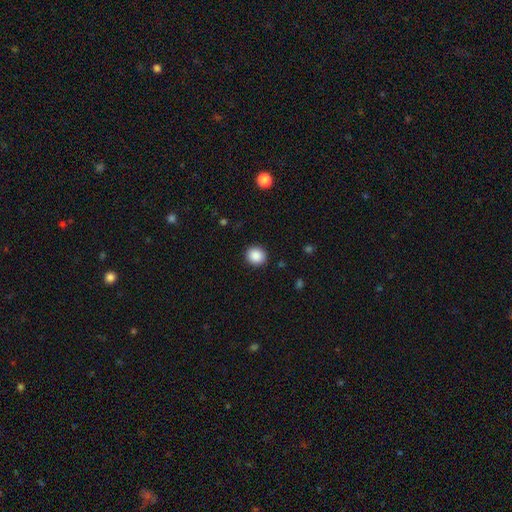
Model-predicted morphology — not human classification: Smooth or featured: smooth — 88% (star or artifact — 9%)
How rounded: round — 83% (in between — 16%)
Merging: none — 90% (minor disturbance — 6%)